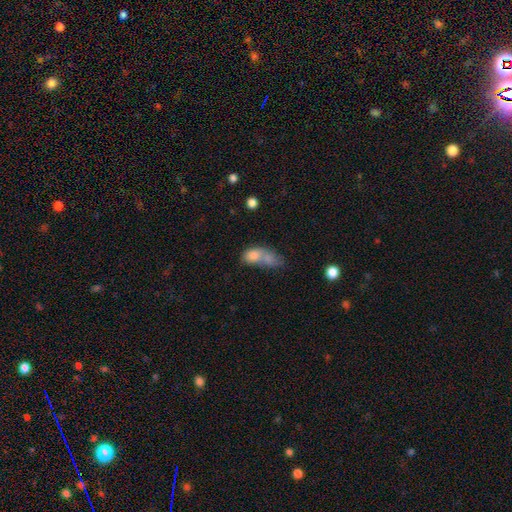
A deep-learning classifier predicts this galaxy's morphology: smooth-or-featured: smooth: 74% | featured or disk: 17% | star or artifact: 9%
  how-rounded: in between: 78% | round: 15% | cigar-shaped: 7%
  merging: merger: 60% | none: 19% | minor disturbance: 11% | major disturbance: 10%